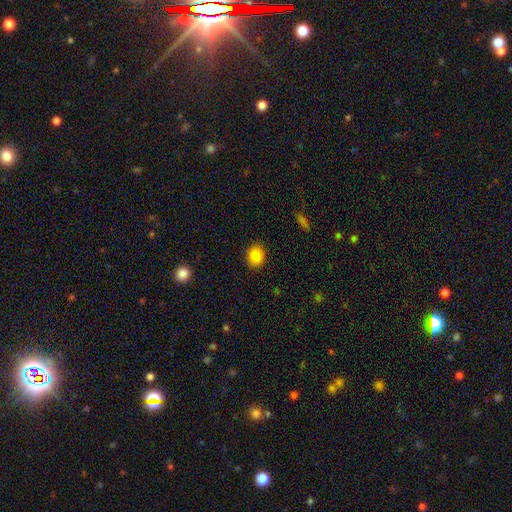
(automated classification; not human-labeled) Smooth or featured? Predicted: smooth (p=0.87). How rounded? Predicted: round (p=0.57). Merging? Predicted: none (p=0.90).